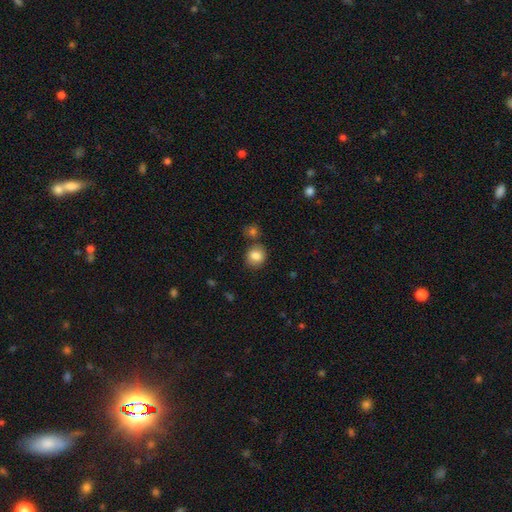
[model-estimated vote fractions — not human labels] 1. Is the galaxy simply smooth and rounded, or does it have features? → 84% smooth, 9% star or artifact, 7% featured or disk.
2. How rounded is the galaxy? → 75% round, 24% in between, 1% cigar-shaped.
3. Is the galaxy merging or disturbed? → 76% none, 11% minor disturbance, 10% merger, 3% major disturbance.